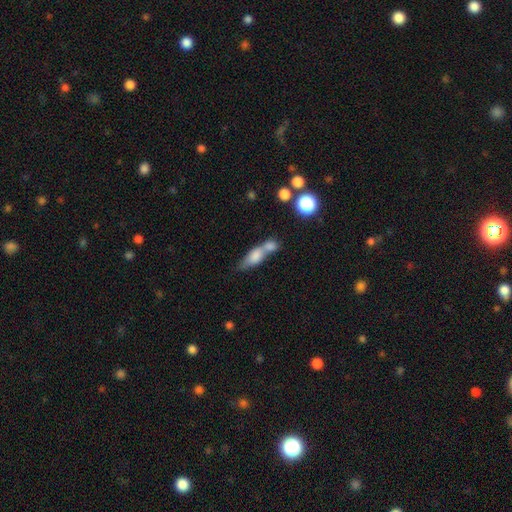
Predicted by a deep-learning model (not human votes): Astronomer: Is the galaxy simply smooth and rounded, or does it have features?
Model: smooth — 69%.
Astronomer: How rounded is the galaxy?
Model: in between — 62%.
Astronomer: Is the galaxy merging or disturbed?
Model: merger — 59%.